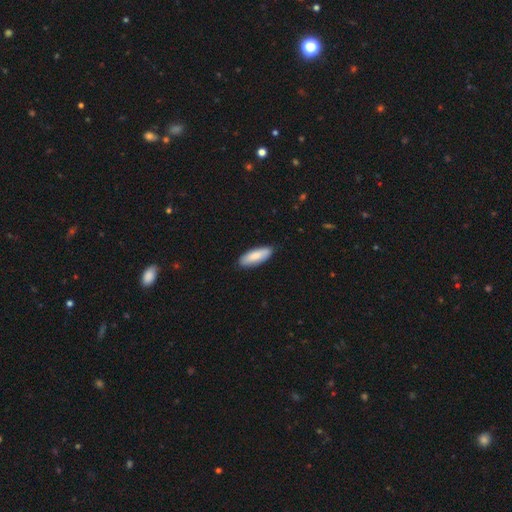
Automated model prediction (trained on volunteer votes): Smooth or featured?
  - smooth: 84% *
  - featured or disk: 11%
  - star or artifact: 5%
How rounded?
  - in between: 67% *
  - cigar-shaped: 32%
  - round: 2%
Merging?
  - none: 87% *
  - minor disturbance: 10%
  - major disturbance: 2%
  - merger: 1%